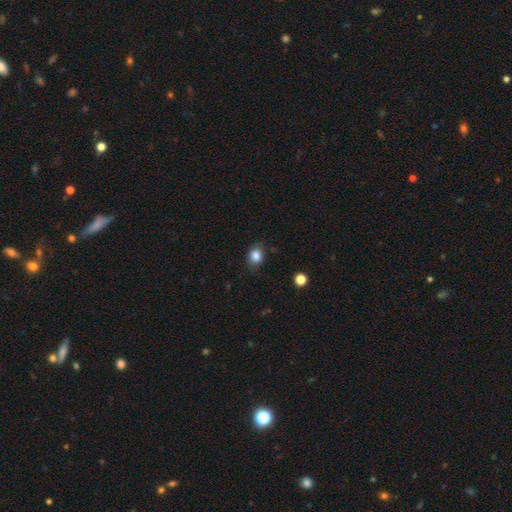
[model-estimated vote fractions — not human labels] The model was most divided on "how rounded": round: 50%, in between: 49%, cigar-shaped: 1%. More confident: smooth or featured — smooth (84%); merging — none (82%).